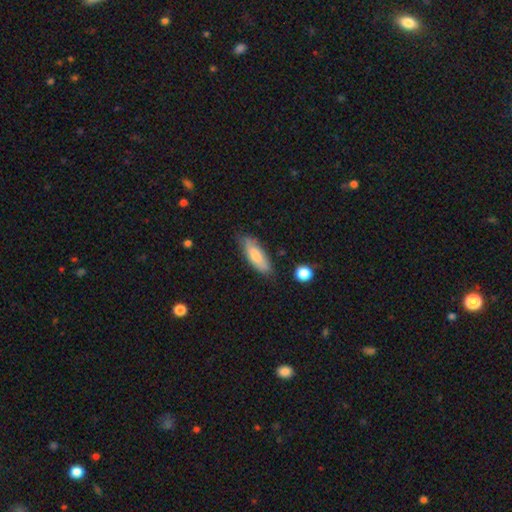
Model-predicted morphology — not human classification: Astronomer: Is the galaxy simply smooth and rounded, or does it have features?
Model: smooth — 76%.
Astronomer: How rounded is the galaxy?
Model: in between — 65%.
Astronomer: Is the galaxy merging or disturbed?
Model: none — 70%.